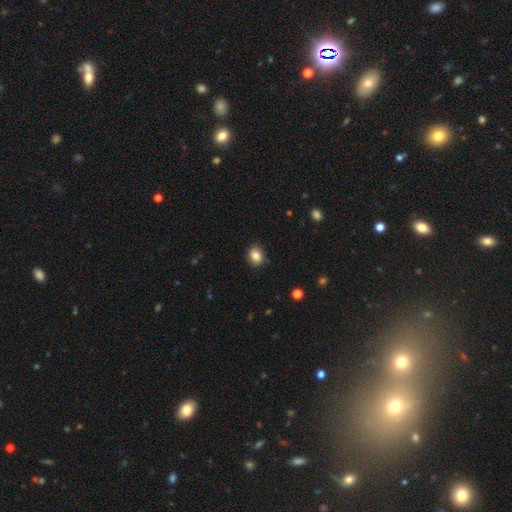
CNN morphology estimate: Smooth or featured: smooth — 84% (star or artifact — 9%)
How rounded: round — 51% (in between — 48%)
Merging: none — 86% (minor disturbance — 10%)